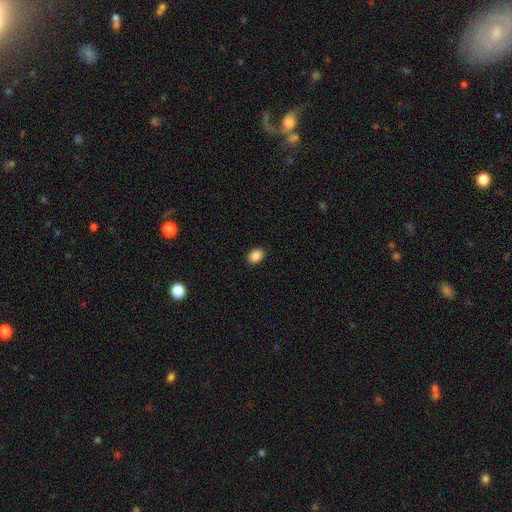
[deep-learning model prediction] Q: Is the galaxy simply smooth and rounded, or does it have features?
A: smooth — 88%.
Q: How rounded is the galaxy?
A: in between — 74%.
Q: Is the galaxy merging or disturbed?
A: none — 90%.